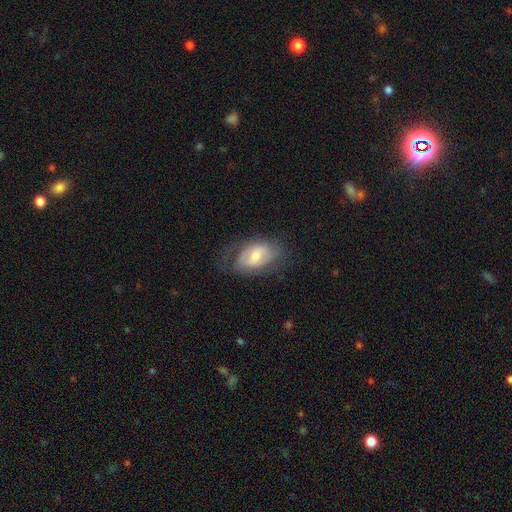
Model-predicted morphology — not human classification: smooth-or-featured: smooth: 51% | featured or disk: 42% | star or artifact: 7%
  how-rounded: in between: 90% | round: 8% | cigar-shaped: 2%
  merging: none: 58% | minor disturbance: 26% | major disturbance: 15% | merger: 1%